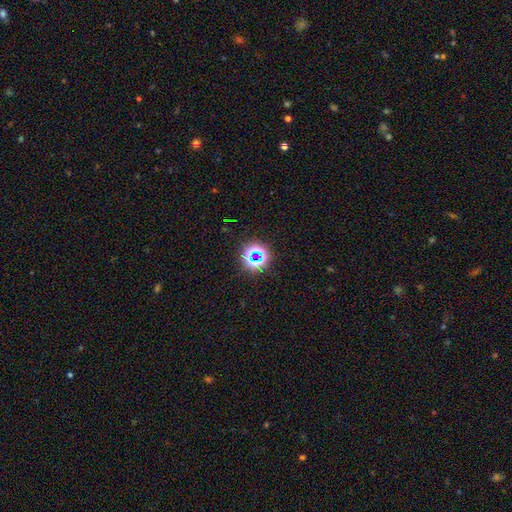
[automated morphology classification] type=star or artifact (67%).